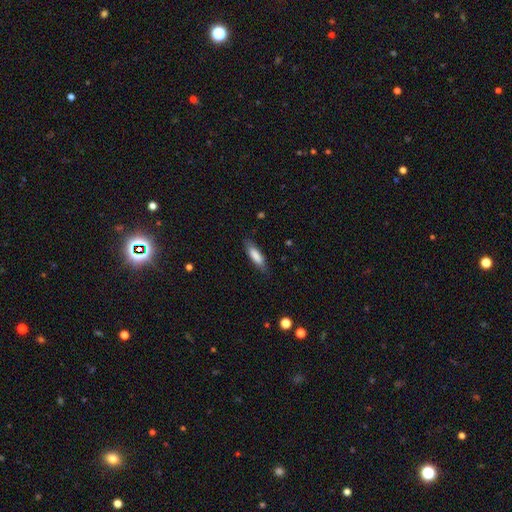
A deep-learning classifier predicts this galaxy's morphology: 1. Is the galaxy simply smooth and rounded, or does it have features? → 81% smooth, 13% featured or disk, 6% star or artifact.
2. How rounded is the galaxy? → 55% cigar-shaped, 44% in between, 1% round.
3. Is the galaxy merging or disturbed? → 80% none, 16% minor disturbance, 3% major disturbance, 1% merger.